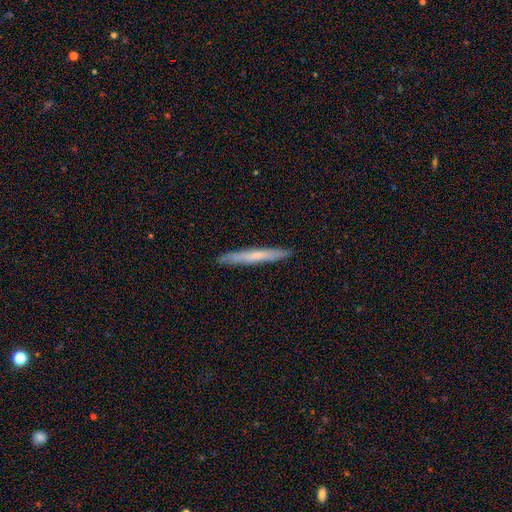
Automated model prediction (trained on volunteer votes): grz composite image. It shows a smooth galaxy with no disk features (55%) that is cigar-shaped (96%). Merging: none (90%).